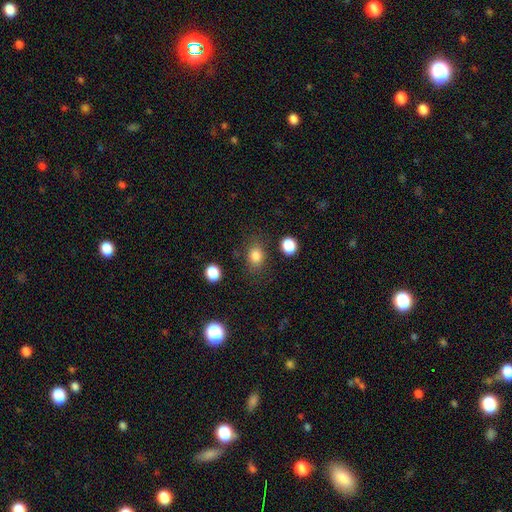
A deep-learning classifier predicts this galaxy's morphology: Smooth or featured: smooth — 82% (star or artifact — 12%)
How rounded: in between — 51% (round — 48%)
Merging: none — 76% (minor disturbance — 14%)